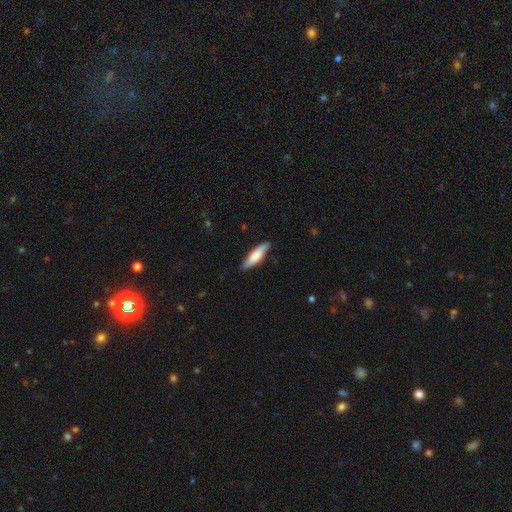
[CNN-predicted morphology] A smooth galaxy with no disk features (74%) that is cigar-shaped (61%).

Vote fractions:
- Smooth or featured? smooth: 74% / featured or disk: 20% / star or artifact: 5%
- How rounded? cigar-shaped: 61% / in between: 38% / round: 2%
- Merging? none: 81% / minor disturbance: 15% / major disturbance: 2% / merger: 1%